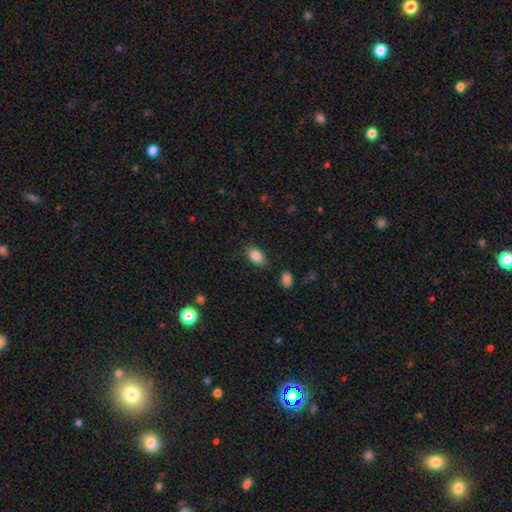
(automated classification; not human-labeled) Smooth or featured: smooth — 87% (star or artifact — 8%)
How rounded: in between — 87% (round — 12%)
Merging: none — 79% (minor disturbance — 15%)